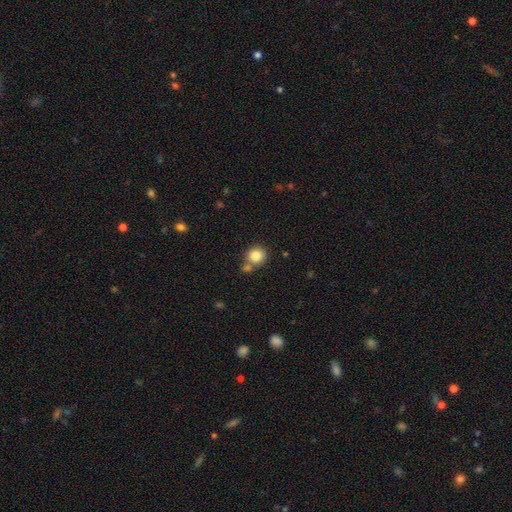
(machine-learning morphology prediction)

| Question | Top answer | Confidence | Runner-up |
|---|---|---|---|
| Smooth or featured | smooth | 83% | star or artifact (10%) |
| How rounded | round | 88% | in between (11%) |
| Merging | none | 66% | merger (22%) |